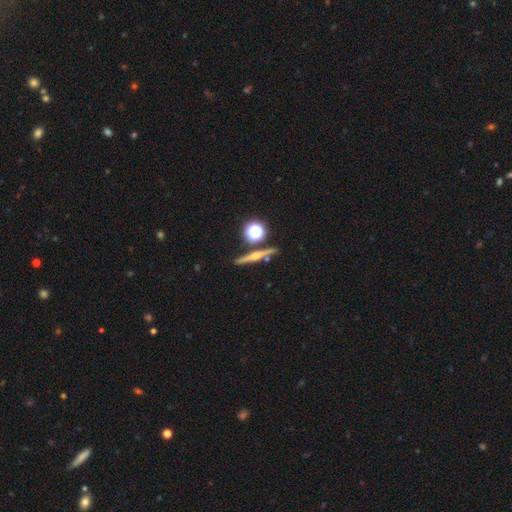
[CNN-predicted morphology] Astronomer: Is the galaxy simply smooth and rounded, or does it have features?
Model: featured or disk — 65%.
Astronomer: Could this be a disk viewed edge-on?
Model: yes — 96%.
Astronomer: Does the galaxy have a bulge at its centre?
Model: rounded — 84%.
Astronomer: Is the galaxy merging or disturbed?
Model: none — 85%.